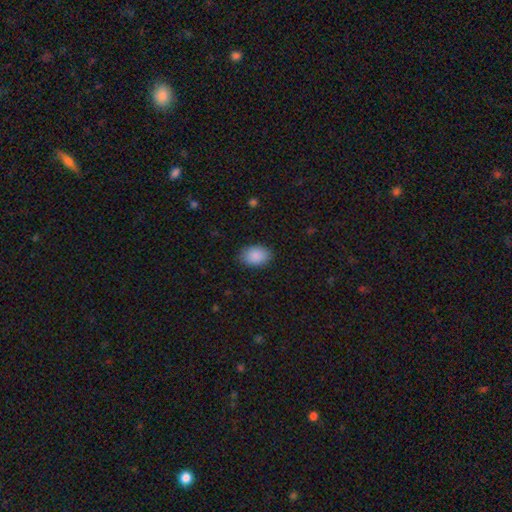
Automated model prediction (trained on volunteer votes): Morphology: type=smooth (90%); roundness=in between (85%); merging=none (87%).